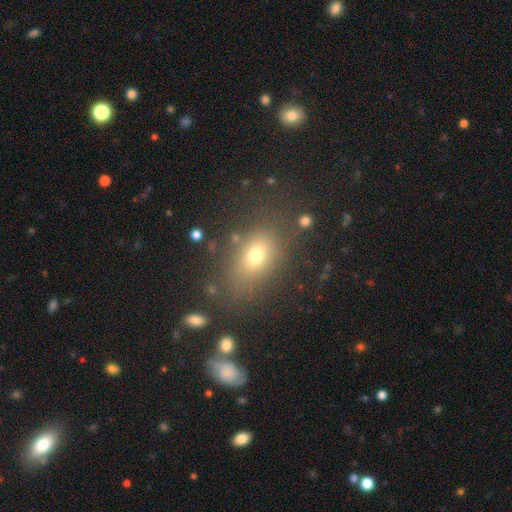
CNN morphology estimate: This appears to be a smooth galaxy with no disk features (69%) that is in between round and cigar-shaped (77%). Merging: none (76%).